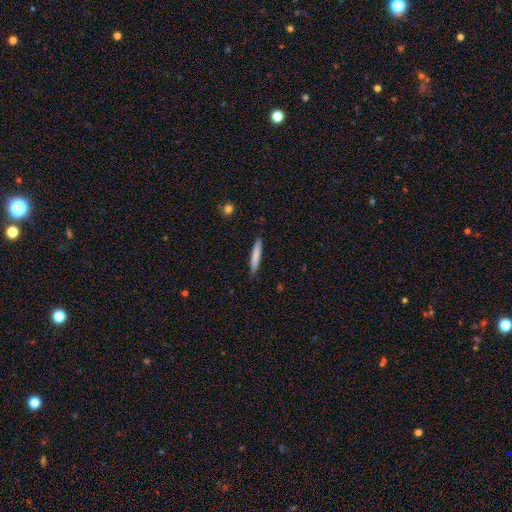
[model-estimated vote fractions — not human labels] smooth 78%, featured or disk 16%, star or artifact 6%. Down the decision tree: how rounded — cigar-shaped (93%); merging — none (88%).